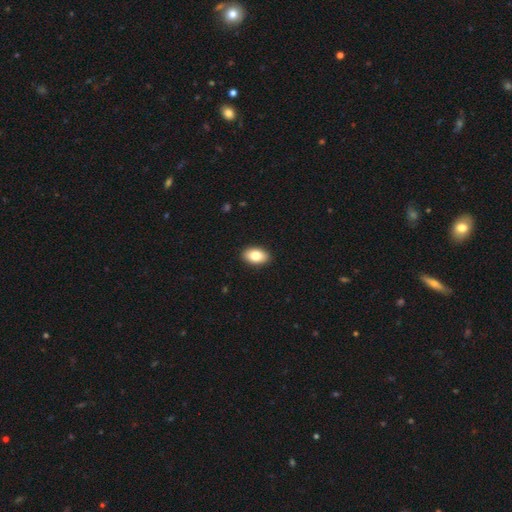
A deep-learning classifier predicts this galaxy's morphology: This appears to be a smooth galaxy with no disk features (82%) that is in between round and cigar-shaped (92%). Merging: none (91%).